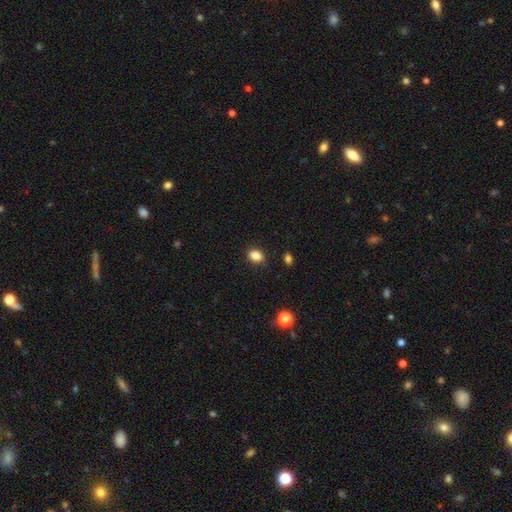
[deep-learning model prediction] smooth_or_featured: smooth (p=0.85) [alt: star or artifact p=0.10]
how_rounded: in between (p=0.69) [alt: round p=0.29]
merging: none (p=0.83) [alt: minor disturbance p=0.13]